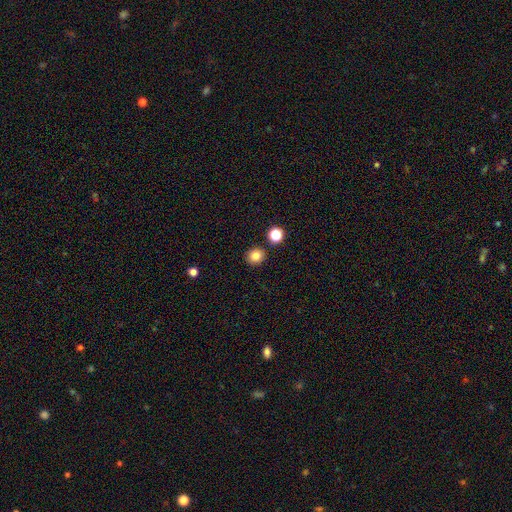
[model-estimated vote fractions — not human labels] Smooth or featured?
  - smooth: 81% *
  - star or artifact: 13%
  - featured or disk: 6%
How rounded?
  - round: 80% *
  - in between: 19%
  - cigar-shaped: 1%
Merging?
  - none: 88% *
  - minor disturbance: 6%
  - merger: 4%
  - major disturbance: 2%